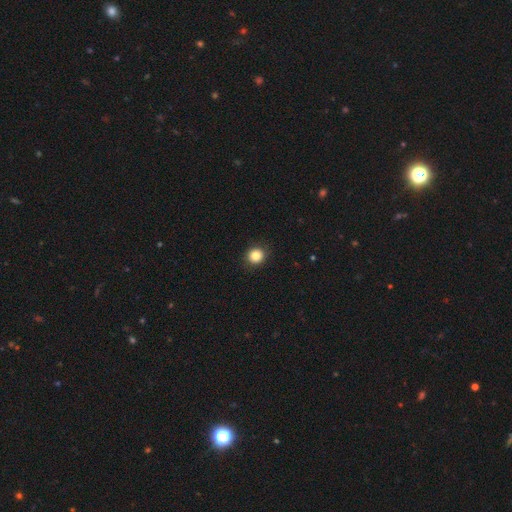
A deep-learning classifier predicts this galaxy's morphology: Smooth or featured? Predicted: smooth (p=0.84). How rounded? Predicted: round (p=0.88). Merging? Predicted: none (p=0.91).